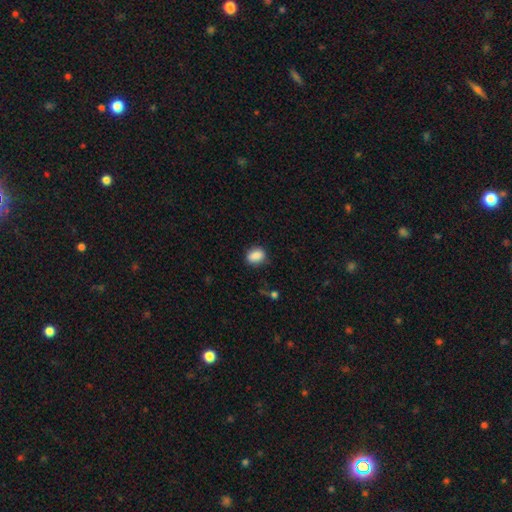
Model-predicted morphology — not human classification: This is clearly a smooth galaxy (87%). How rounded: likely in between (65%). Merging: clearly none (82%).